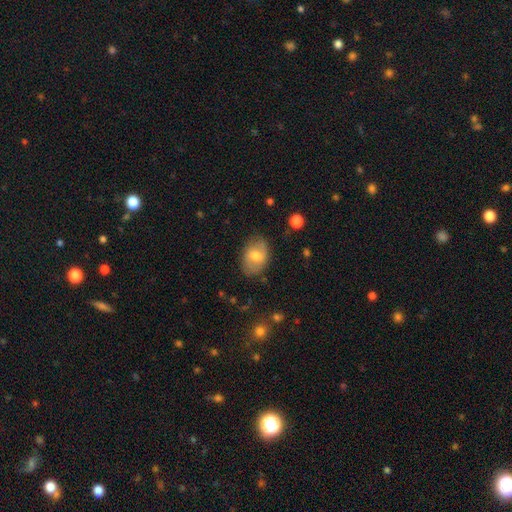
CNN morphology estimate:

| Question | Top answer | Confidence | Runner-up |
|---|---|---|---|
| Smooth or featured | smooth | 61% | featured or disk (32%) |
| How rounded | in between | 81% | round (17%) |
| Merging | none | 75% | minor disturbance (18%) |